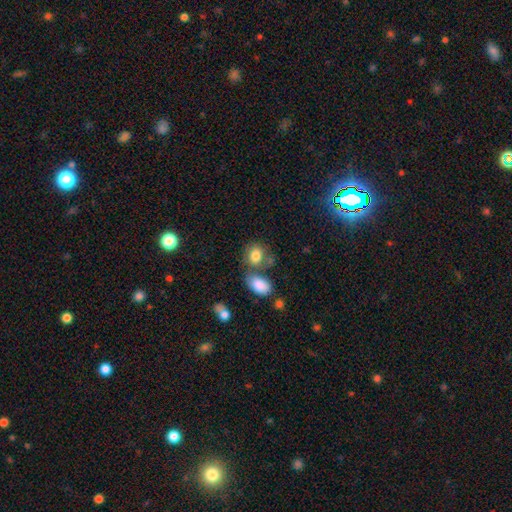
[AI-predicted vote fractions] Morphology: type=smooth (81%); roundness=in between (61%); merging=none (49%).